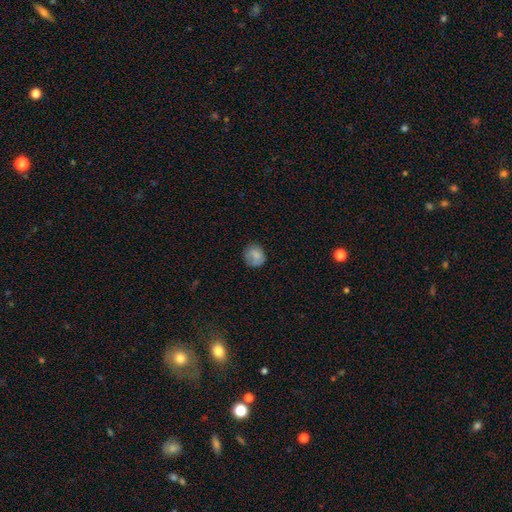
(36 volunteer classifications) Smooth or featured? smooth (86%)
How rounded? round (84%)
Merging? none (85%)